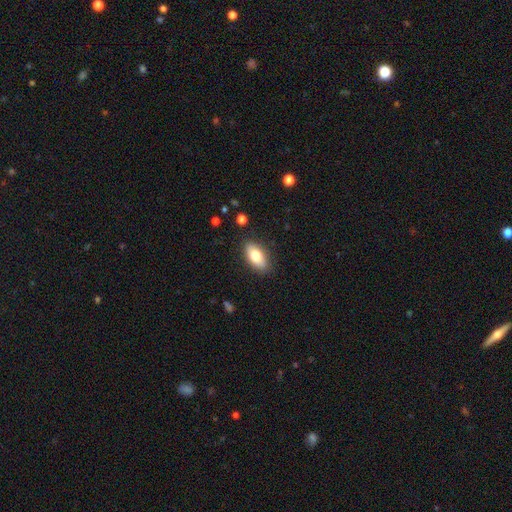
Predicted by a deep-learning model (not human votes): Overall: smooth (76%). How rounded: in between (90%). Merging: none (86%).